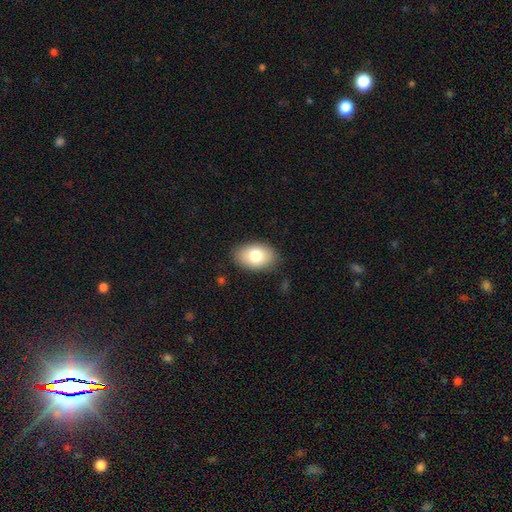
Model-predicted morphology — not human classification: Overall: smooth (78%). How rounded: in between (87%). Merging: none (85%).